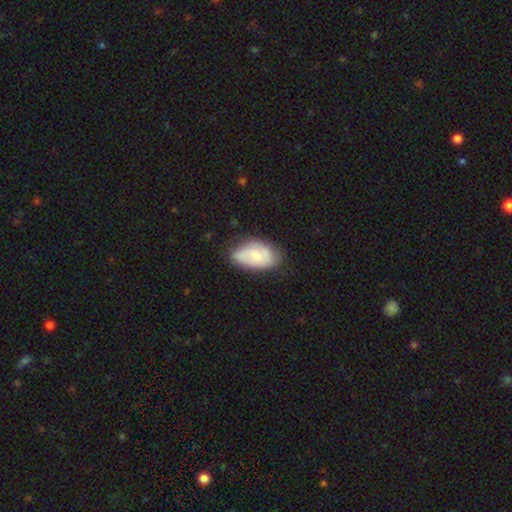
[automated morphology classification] type=smooth (50%); roundness=in between (92%); merging=none (64%).